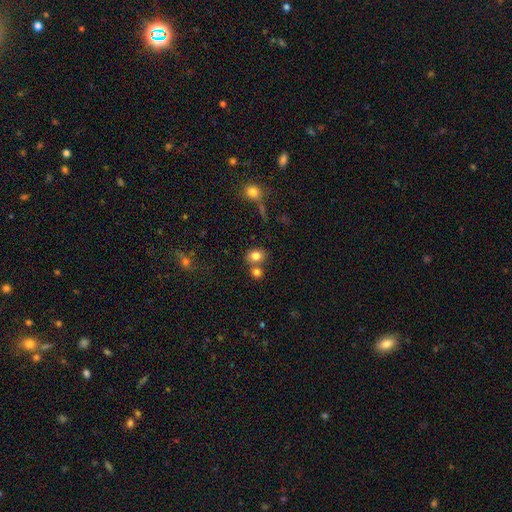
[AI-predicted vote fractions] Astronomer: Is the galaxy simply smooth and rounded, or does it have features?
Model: smooth — 81%.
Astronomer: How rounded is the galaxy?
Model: round — 52% (runner-up: in between, 46%).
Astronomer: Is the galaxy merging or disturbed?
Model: none — 60%.